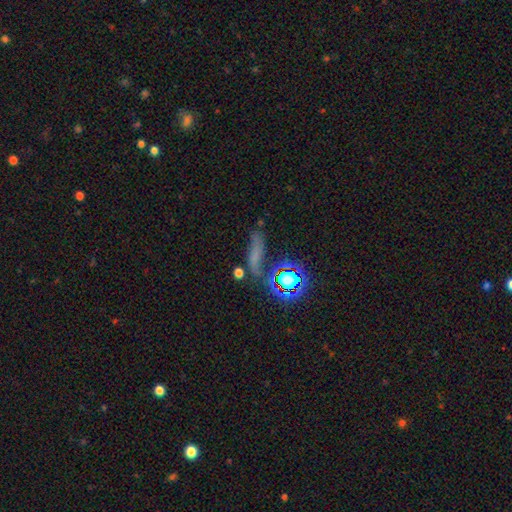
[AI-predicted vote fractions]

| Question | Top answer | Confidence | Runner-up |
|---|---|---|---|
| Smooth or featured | smooth | 38% | star or artifact (37%) |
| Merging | none | 54% | minor disturbance (19%) |